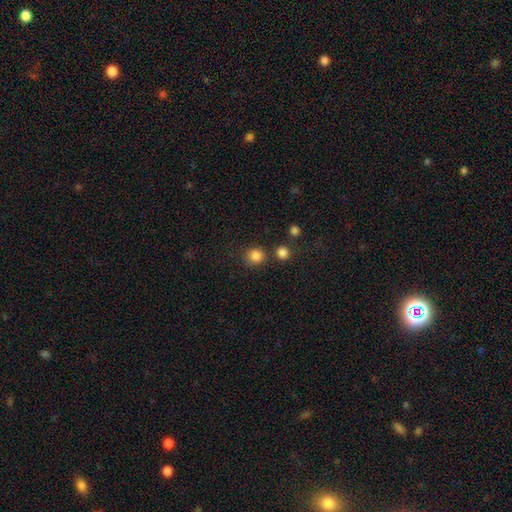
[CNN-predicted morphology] Smooth or featured: smooth — 84% (star or artifact — 12%)
How rounded: round — 89% (in between — 10%)
Merging: none — 78% (merger — 10%)